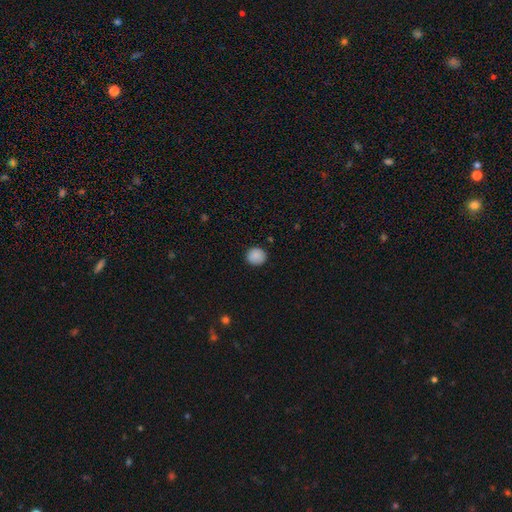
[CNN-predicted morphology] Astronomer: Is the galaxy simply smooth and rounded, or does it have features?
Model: smooth — 88%.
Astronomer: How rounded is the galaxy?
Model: round — 89%.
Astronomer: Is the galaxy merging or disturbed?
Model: none — 90%.